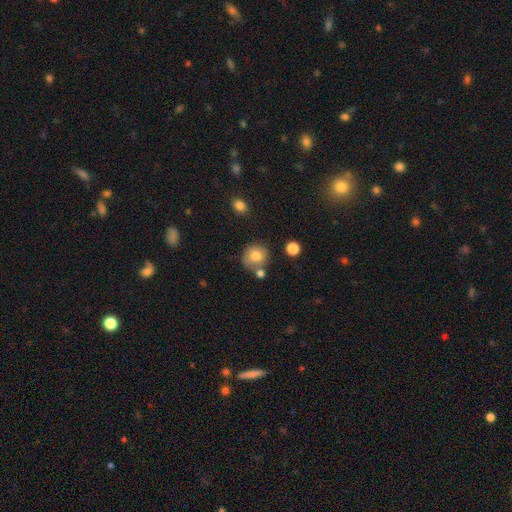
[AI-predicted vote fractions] Smooth or featured? smooth (77%)
How rounded? round (85%)
Merging? none (65%)